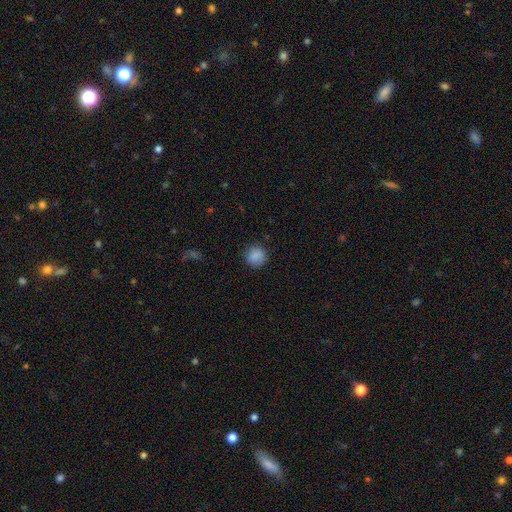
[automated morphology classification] Q: Smooth or featured?
A: smooth (86%); runner-up: star or artifact (9%)
Q: How rounded?
A: round (90%); runner-up: in between (9%)
Q: Merging?
A: none (85%); runner-up: minor disturbance (11%)